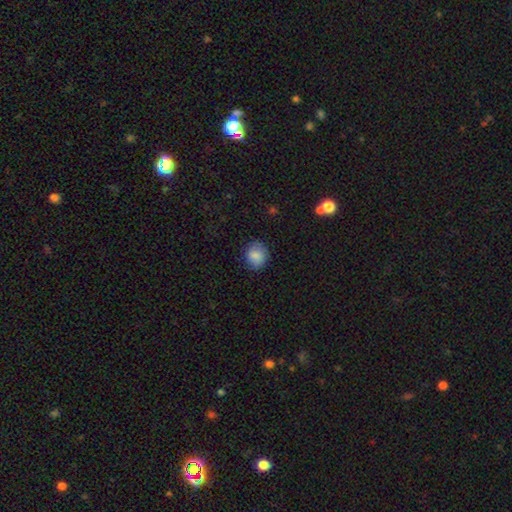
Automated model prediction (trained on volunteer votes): This is clearly a smooth galaxy (84%). How rounded: likely round (67%). Merging: clearly none (82%).